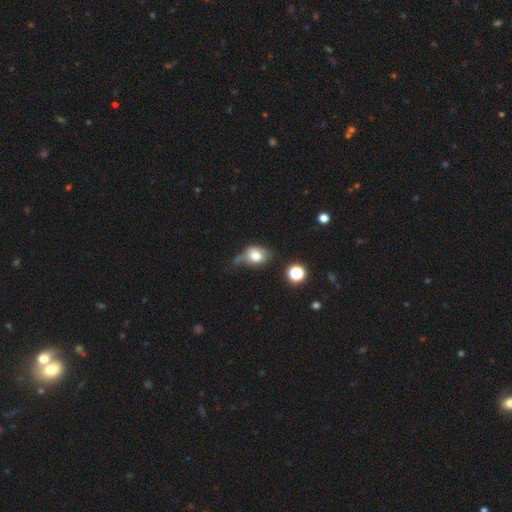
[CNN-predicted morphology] Smooth or featured?
  - smooth: 70% *
  - featured or disk: 18%
  - star or artifact: 11%
How rounded?
  - in between: 62% *
  - round: 37%
  - cigar-shaped: 2%
Merging?
  - minor disturbance: 37% *
  - none: 33%
  - major disturbance: 21%
  - merger: 9%